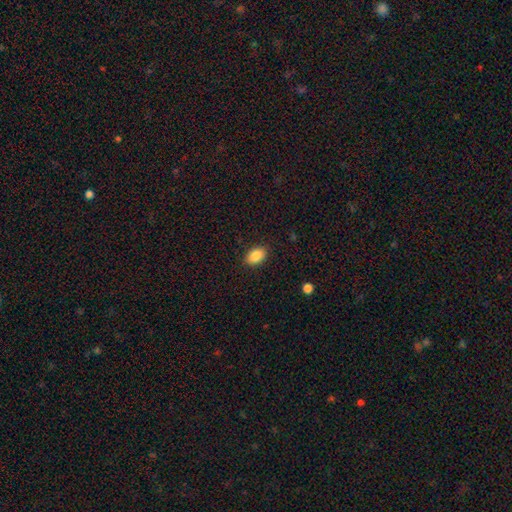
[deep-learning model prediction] Q: Smooth or featured?
A: smooth (89%); runner-up: star or artifact (8%)
Q: How rounded?
A: in between (87%); runner-up: round (12%)
Q: Merging?
A: none (87%); runner-up: minor disturbance (10%)